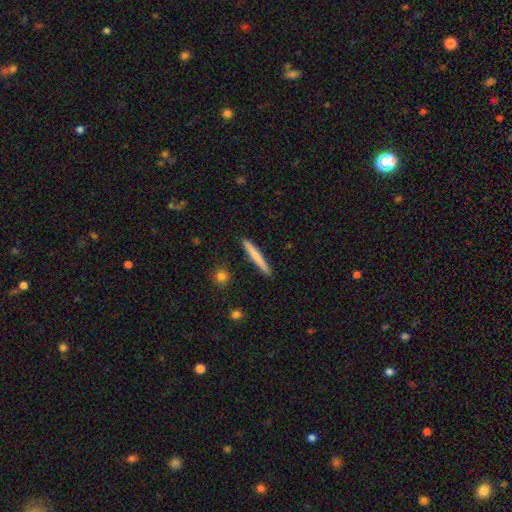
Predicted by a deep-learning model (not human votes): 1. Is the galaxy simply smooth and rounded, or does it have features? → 71% smooth, 24% featured or disk, 6% star or artifact.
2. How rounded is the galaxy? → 96% cigar-shaped, 3% in between, 1% round.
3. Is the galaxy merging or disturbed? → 91% none, 6% minor disturbance, 1% major disturbance, 1% merger.